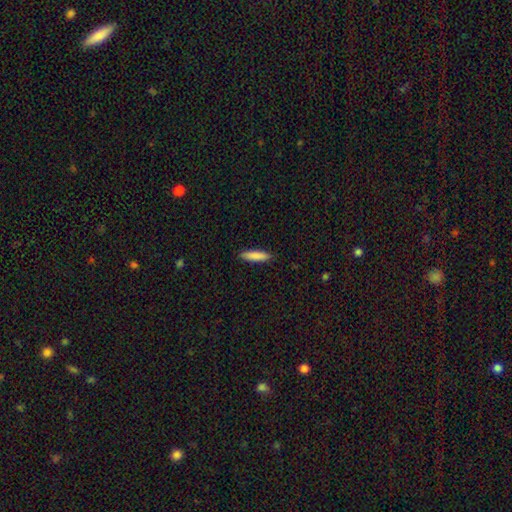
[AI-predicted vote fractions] Smooth or featured? Predicted: smooth (p=0.86). How rounded? Predicted: cigar-shaped (p=0.76). Merging? Predicted: none (p=0.90).